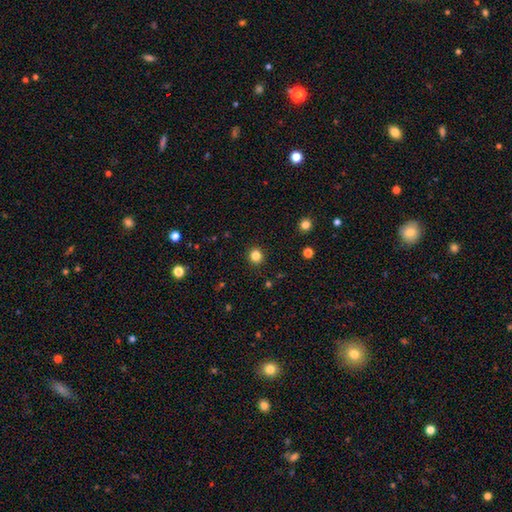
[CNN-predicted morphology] A smooth galaxy with no disk features (83%) that is round (92%). Merging: none (92%).